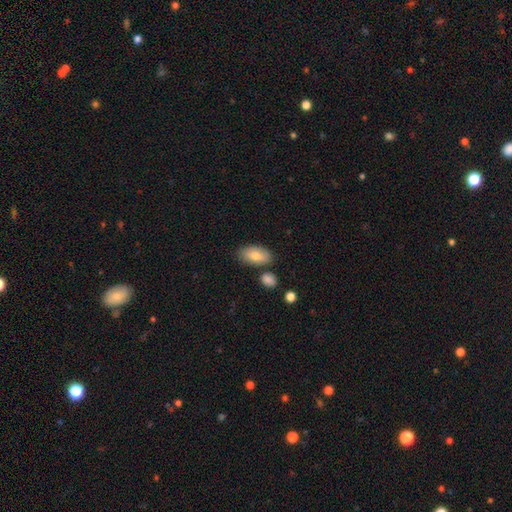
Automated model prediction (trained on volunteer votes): Smooth or featured: smooth — 77% (featured or disk — 16%)
How rounded: in between — 93% (round — 4%)
Merging: none — 78% (minor disturbance — 13%)